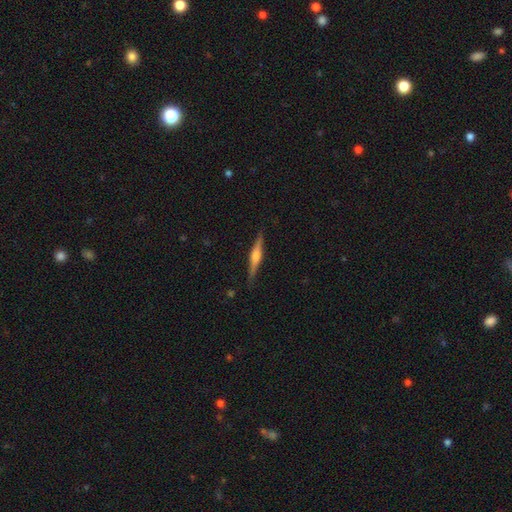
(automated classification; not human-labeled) Smooth or featured?
  - featured or disk: 70% *
  - smooth: 24%
  - star or artifact: 6%
Edge-on disk?
  - yes: 98% *
  - no: 2%
Edge-on bulge?
  - rounded: 77% *
  - boxy: 17%
  - none: 6%
Merging?
  - none: 88% *
  - minor disturbance: 9%
  - major disturbance: 2%
  - merger: 1%